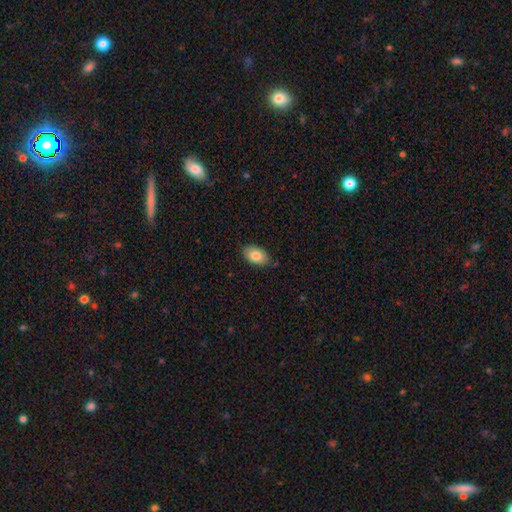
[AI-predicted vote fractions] smooth-or-featured: smooth: 83% | featured or disk: 11% | star or artifact: 7%
  how-rounded: in between: 91% | round: 7% | cigar-shaped: 1%
  merging: none: 82% | minor disturbance: 15% | major disturbance: 2% | merger: 1%